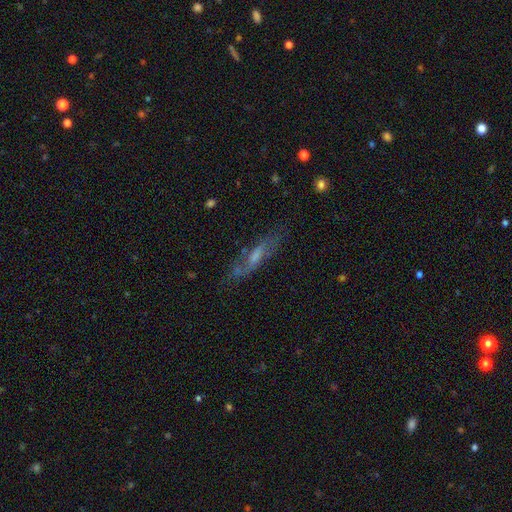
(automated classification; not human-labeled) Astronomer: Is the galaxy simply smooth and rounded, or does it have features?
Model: featured or disk — 54% (runner-up: smooth, 36%).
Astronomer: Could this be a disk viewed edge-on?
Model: no — 54% (runner-up: yes, 46%).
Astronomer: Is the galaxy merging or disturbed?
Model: none — 66%.